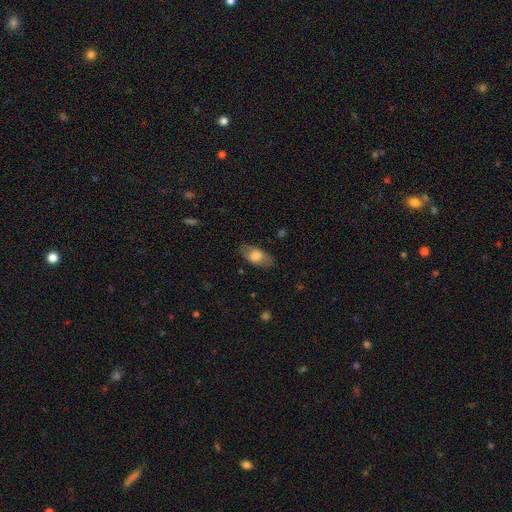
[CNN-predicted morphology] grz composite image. It shows a smooth galaxy with no disk features (73%) that is in between round and cigar-shaped (90%). Merging: none (80%).